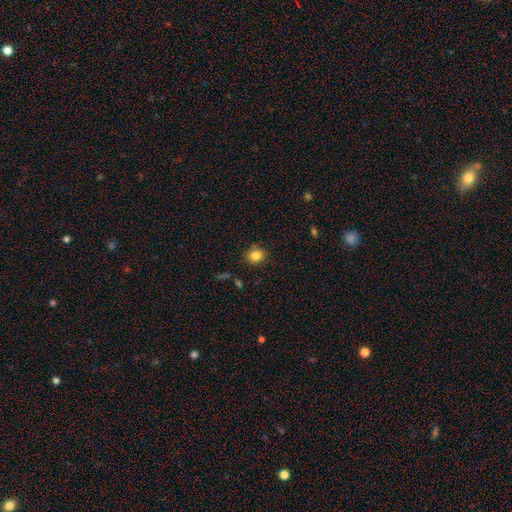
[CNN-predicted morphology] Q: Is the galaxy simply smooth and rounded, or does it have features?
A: smooth — 82%.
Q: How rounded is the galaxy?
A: round — 75%.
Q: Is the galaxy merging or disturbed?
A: none — 86%.